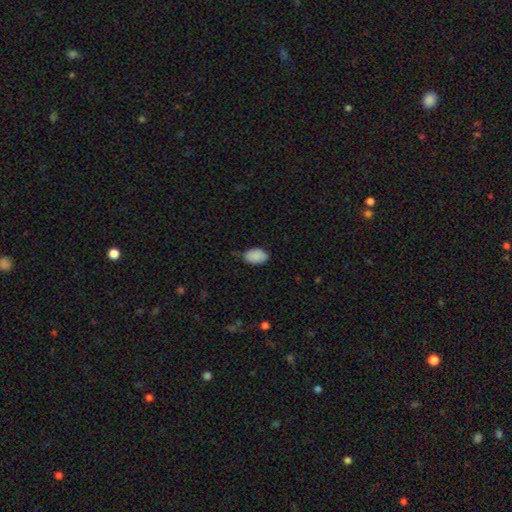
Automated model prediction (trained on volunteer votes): The model was most divided on "merging": none: 76%, minor disturbance: 20%, major disturbance: 3%, merger: 1%. More confident: how rounded — in between (91%); smooth or featured — smooth (89%).